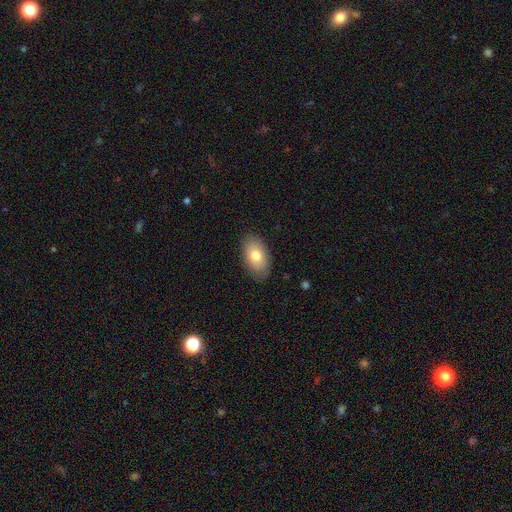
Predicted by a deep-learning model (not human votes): smooth-or-featured: smooth: 75% | featured or disk: 18% | star or artifact: 7%
  how-rounded: in between: 92% | round: 7% | cigar-shaped: 1%
  merging: none: 84% | minor disturbance: 12% | major disturbance: 3% | merger: 1%